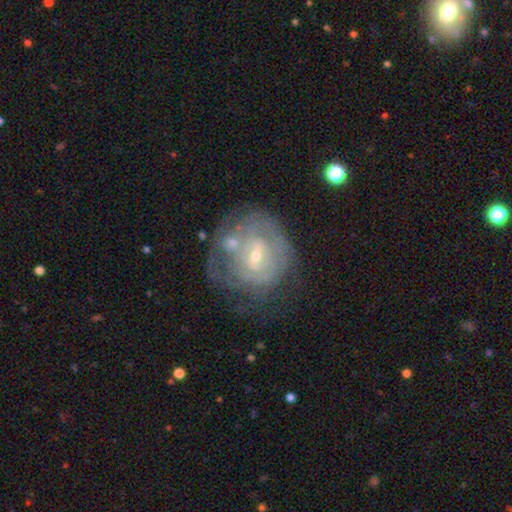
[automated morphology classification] This appears to be a featured or disk galaxy (77%) with a weak bar (46%), tight (73%) spiral arms (76%) and a small central bulge (60%). Merging: none (47%).